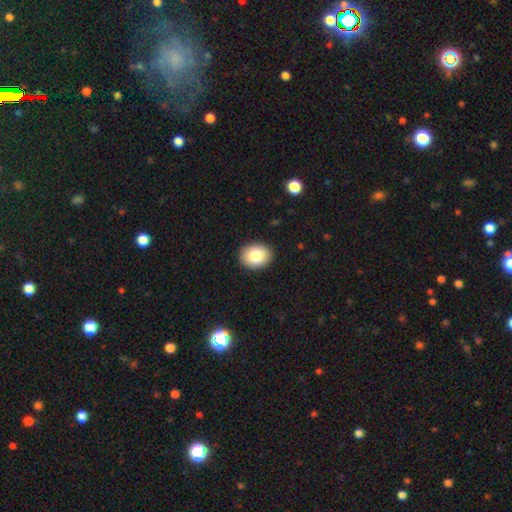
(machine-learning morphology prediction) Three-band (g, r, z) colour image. It shows a smooth galaxy with no disk features (83%) that is in between round and cigar-shaped (53%). Merging: none (90%).